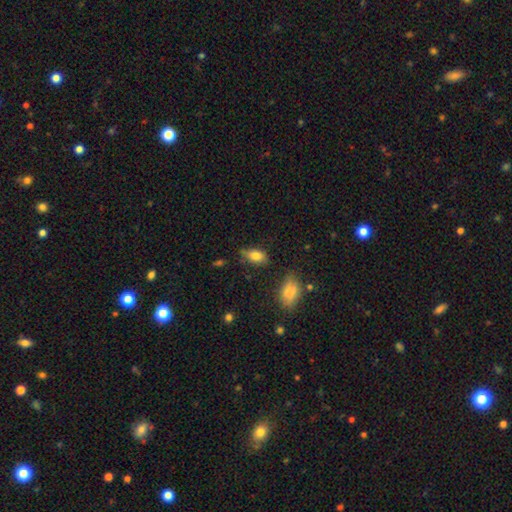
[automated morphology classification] The model was most divided on "merging": none: 63%, minor disturbance: 27%, major disturbance: 7%, merger: 3%. More confident: how rounded — in between (86%); smooth or featured — smooth (75%).